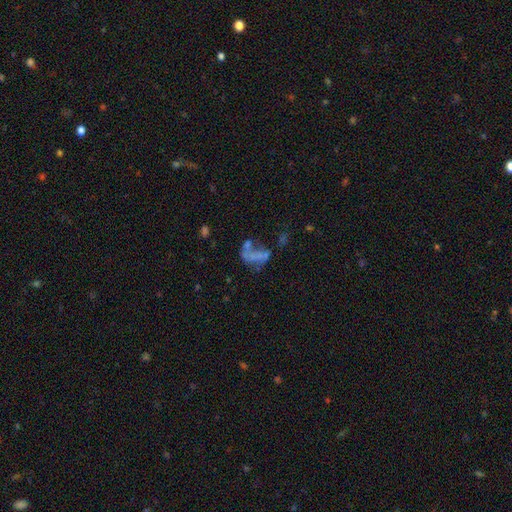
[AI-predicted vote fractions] Smooth or featured? Predicted: featured or disk (p=0.44). Merging? Predicted: major disturbance (p=0.33).